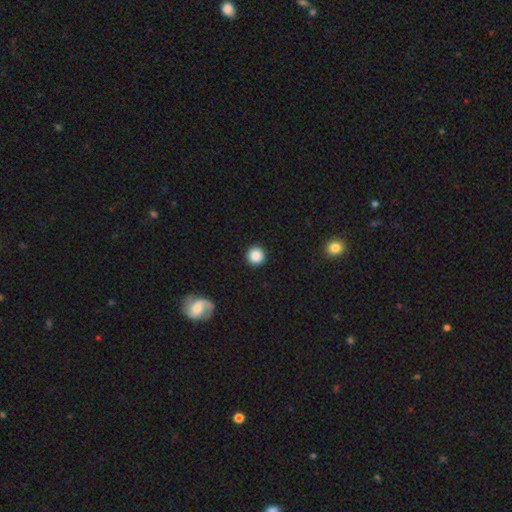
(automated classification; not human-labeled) This appears to be a smooth galaxy with no disk features (87%) that is round (96%). Merging: none (93%).